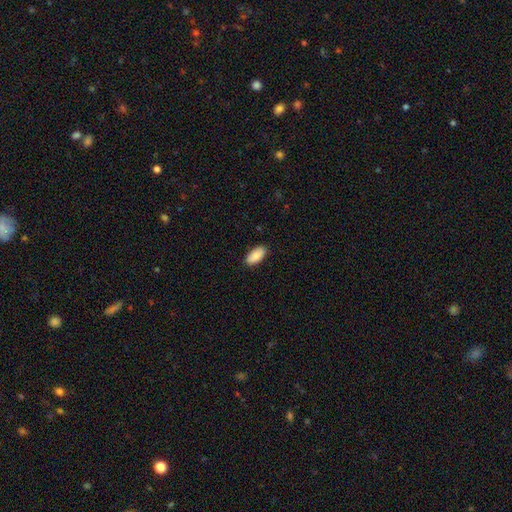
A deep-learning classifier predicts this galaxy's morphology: Overall: smooth (88%). How rounded: in between (92%). Merging: none (89%).